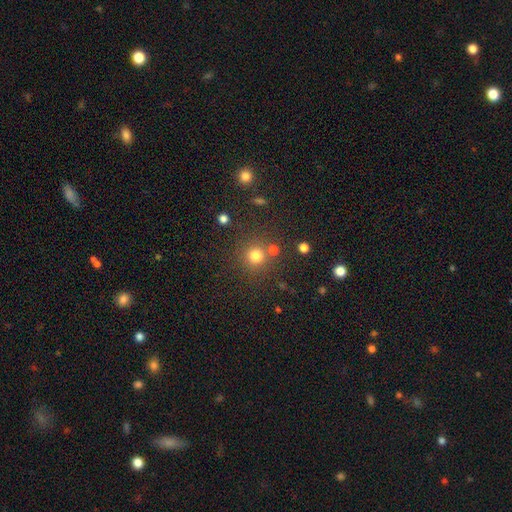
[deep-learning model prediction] Smooth or featured? Predicted: smooth (p=0.77). How rounded? Predicted: round (p=0.93). Merging? Predicted: none (p=0.78).